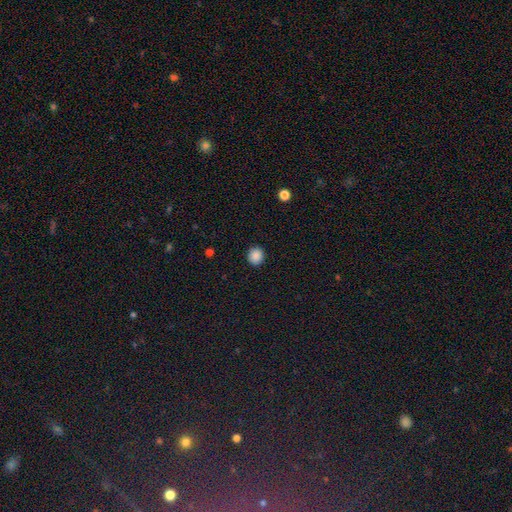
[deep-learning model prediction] smooth 88%, star or artifact 10%, featured or disk 3%. Down the decision tree: how rounded — round (88%); merging — none (91%).